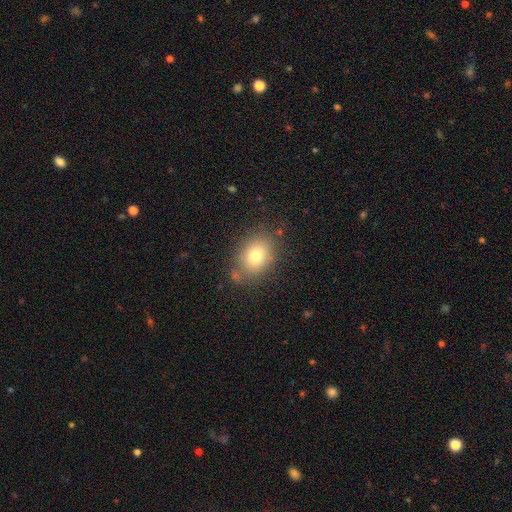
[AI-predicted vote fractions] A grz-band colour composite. It shows a smooth galaxy with no disk features (77%) that is in between round and cigar-shaped (62%). Merging: none (75%).